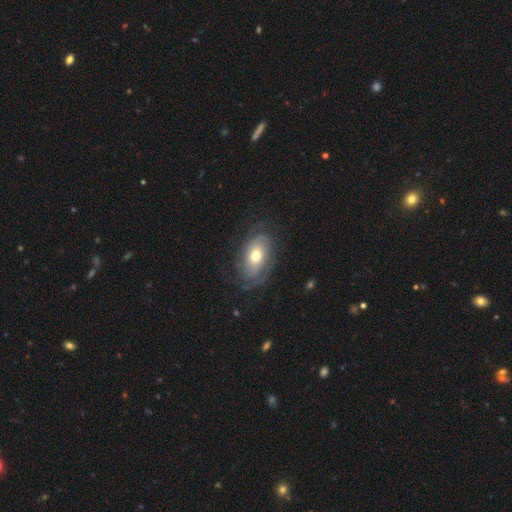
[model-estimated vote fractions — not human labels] Smooth or featured? Predicted: featured or disk (p=0.63). Edge-on disk? Predicted: no (p=0.92). Bar? Predicted: no (p=0.79). Spiral arms? Predicted: yes (p=0.78). Bulge size? Predicted: moderate (p=0.73). Merging? Predicted: none (p=0.68).